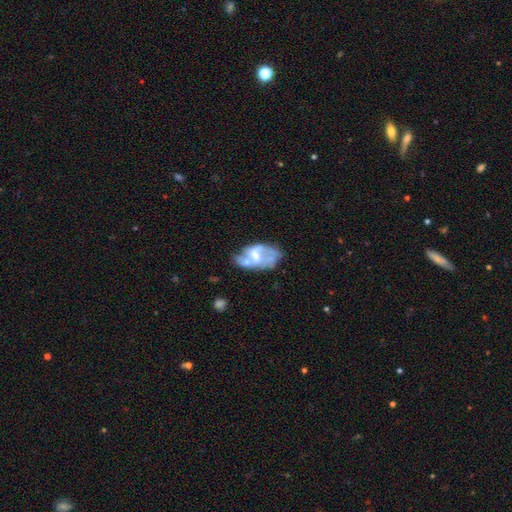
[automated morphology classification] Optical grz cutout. It shows a featured or disk galaxy (68%) with no bar (46%), spiral arms (53%) and a moderate central bulge (41%). Merging: none (32%).